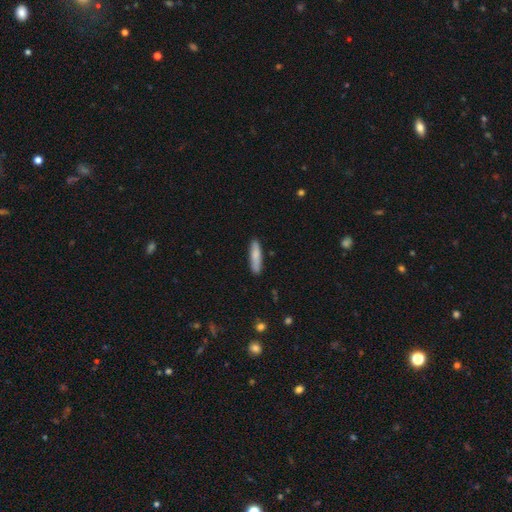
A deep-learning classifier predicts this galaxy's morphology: A smooth galaxy with no disk features (79%) that is cigar-shaped (81%). Merging: none (86%).